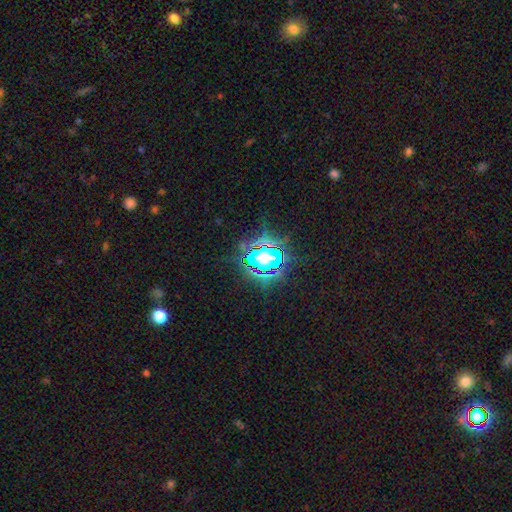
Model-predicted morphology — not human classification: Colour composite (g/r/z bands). It shows a star or artifact, not a galaxy (82%).